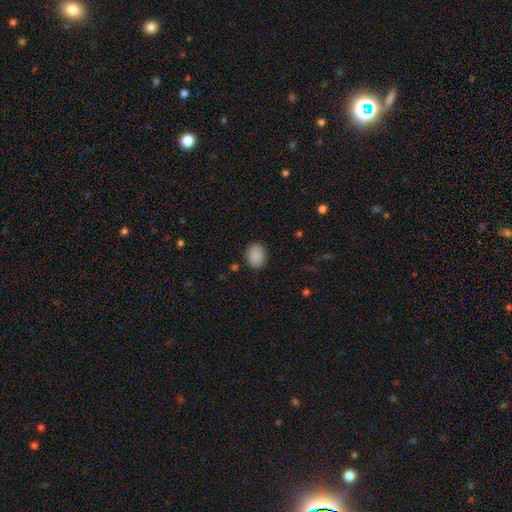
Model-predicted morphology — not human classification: A smooth galaxy with no disk features (89%) that is round (61%).

Vote fractions:
- Smooth or featured? smooth: 89% / star or artifact: 8% / featured or disk: 4%
- How rounded? round: 61% / in between: 38% / cigar-shaped: 1%
- Merging? none: 87% / minor disturbance: 9% / major disturbance: 2% / merger: 1%